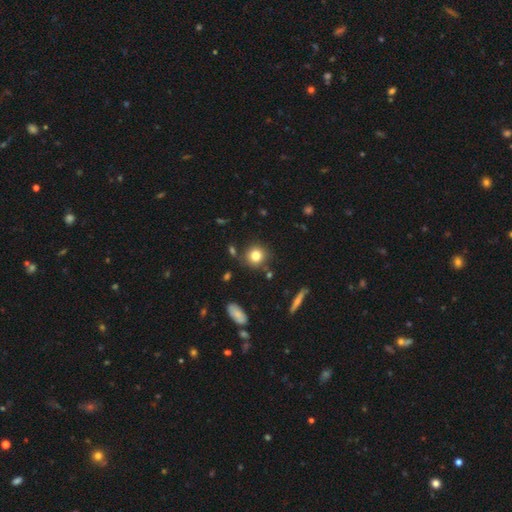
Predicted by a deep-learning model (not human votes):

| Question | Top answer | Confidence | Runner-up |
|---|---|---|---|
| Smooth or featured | smooth | 81% | star or artifact (11%) |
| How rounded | round | 88% | in between (10%) |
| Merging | none | 83% | minor disturbance (10%) |